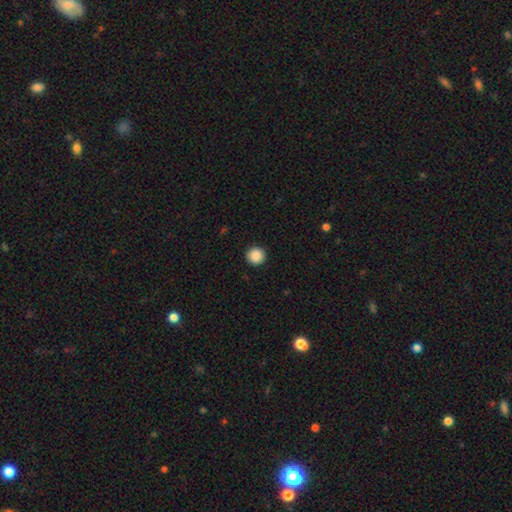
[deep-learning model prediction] Morphology: type=smooth (88%); roundness=round (96%); merging=none (93%).